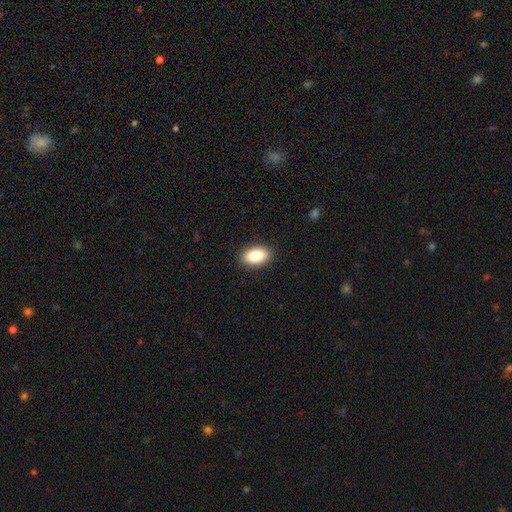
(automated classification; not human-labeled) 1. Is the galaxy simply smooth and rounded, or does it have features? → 89% smooth, 7% star or artifact, 5% featured or disk.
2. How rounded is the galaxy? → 93% in between, 5% round, 2% cigar-shaped.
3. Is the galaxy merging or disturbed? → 89% none, 8% minor disturbance, 2% major disturbance, 1% merger.